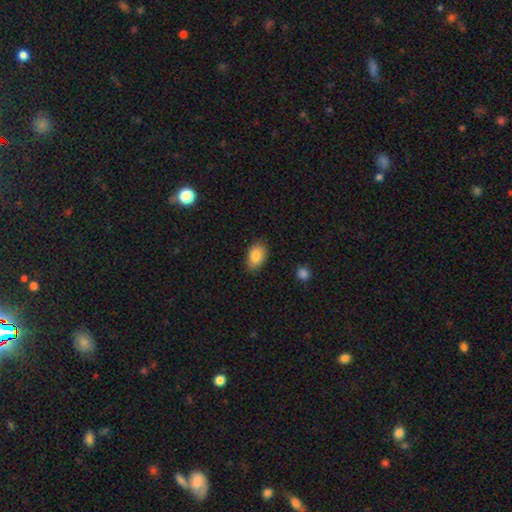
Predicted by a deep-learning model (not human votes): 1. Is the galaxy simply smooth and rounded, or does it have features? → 85% smooth, 8% featured or disk, 7% star or artifact.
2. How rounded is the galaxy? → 89% in between, 9% round, 1% cigar-shaped.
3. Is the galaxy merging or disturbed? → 83% none, 13% minor disturbance, 2% major disturbance, 1% merger.